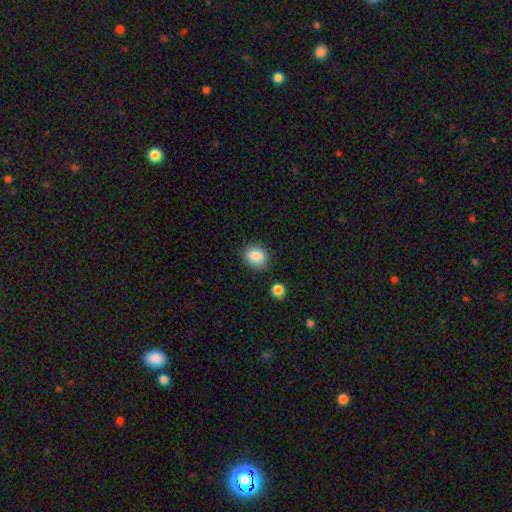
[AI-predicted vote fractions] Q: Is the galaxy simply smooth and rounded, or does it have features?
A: smooth — 86%.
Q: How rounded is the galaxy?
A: round — 55%.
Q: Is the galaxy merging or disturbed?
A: none — 84%.